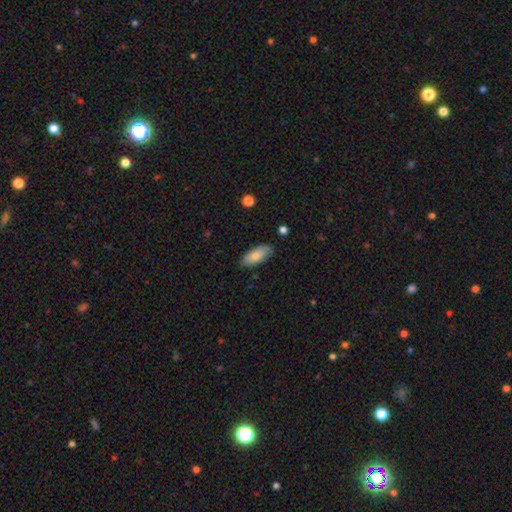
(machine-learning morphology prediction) Smooth or featured? Predicted: smooth (p=0.79). How rounded? Predicted: in between (p=0.87). Merging? Predicted: none (p=0.83).